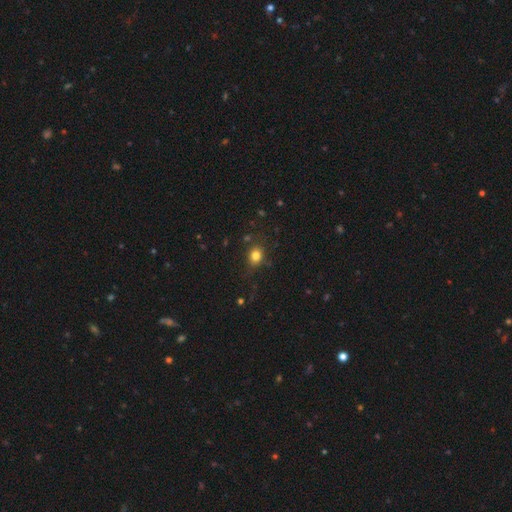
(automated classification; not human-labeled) Smooth or featured: smooth — 80% (star or artifact — 13%)
How rounded: round — 57% (in between — 42%)
Merging: none — 78% (minor disturbance — 15%)